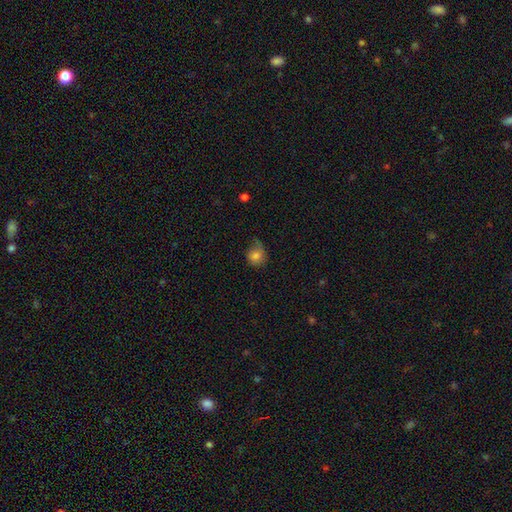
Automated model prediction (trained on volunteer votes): Overall: smooth (80%). How rounded: round (75%). Merging: none (49%; minor disturbance 35%).